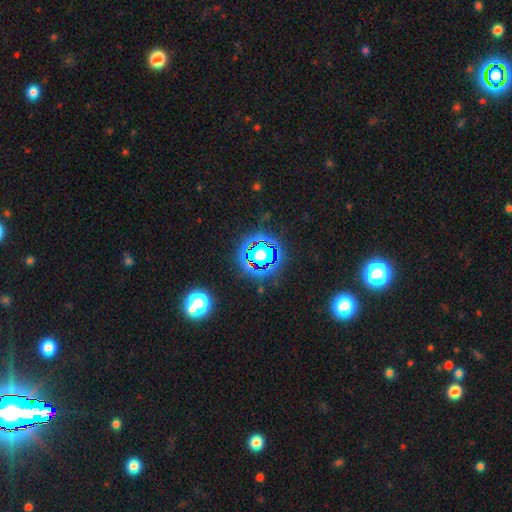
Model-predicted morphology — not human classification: Smooth or featured?
  - star or artifact: 79% *
  - smooth: 14%
  - featured or disk: 7%